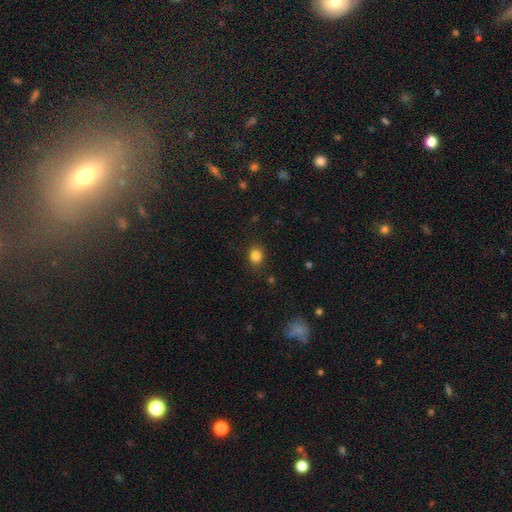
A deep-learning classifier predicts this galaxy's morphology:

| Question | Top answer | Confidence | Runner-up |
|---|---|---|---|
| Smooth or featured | smooth | 84% | star or artifact (11%) |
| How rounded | round | 63% | in between (36%) |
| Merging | none | 84% | minor disturbance (11%) |